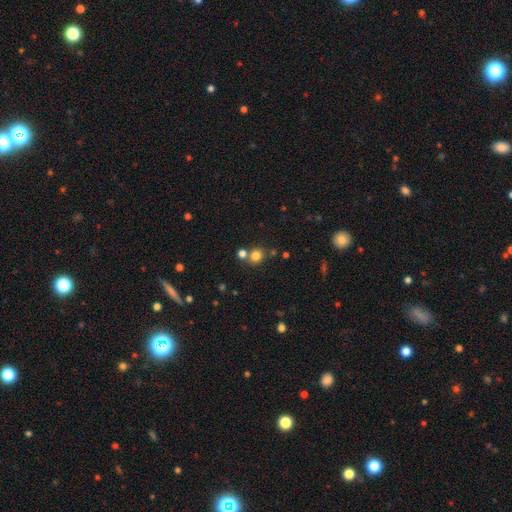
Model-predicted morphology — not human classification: smooth_or_featured: smooth (p=0.78) [alt: star or artifact p=0.15]
how_rounded: round (p=0.83) [alt: in between p=0.16]
merging: none (p=0.65) [alt: merger p=0.25]